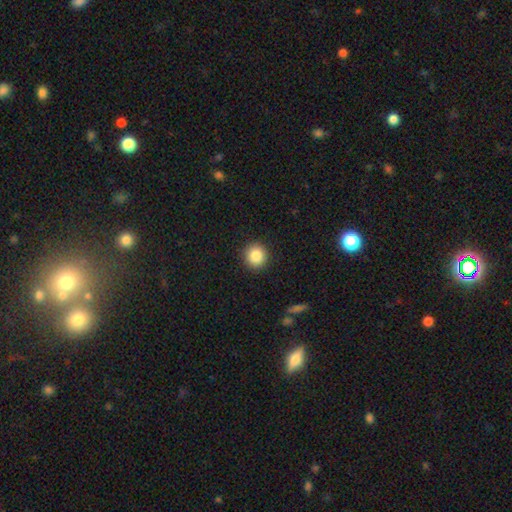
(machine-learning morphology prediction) Overall: smooth (85%). How rounded: round (92%). Merging: none (92%).